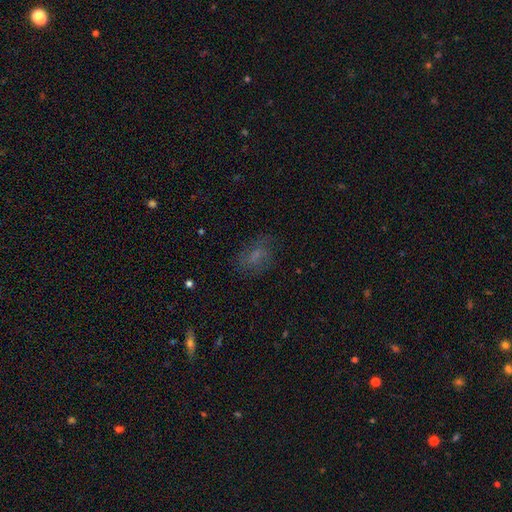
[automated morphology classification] Smooth or featured? Predicted: smooth (p=0.53). How rounded? Predicted: in between (p=0.74). Merging? Predicted: none (p=0.66).